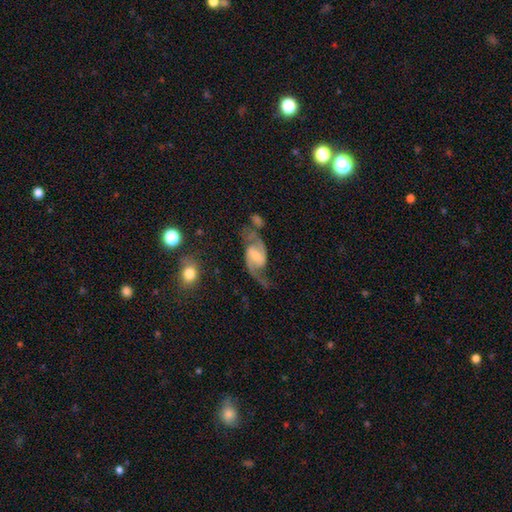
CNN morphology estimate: Overall: featured or disk (86%). Edge-on disk: no (97%). Bar: weak (48%; no 31%). Spiral arms: yes (96%). Spiral arm count: 2 (93%). Spiral winding: loose (51%; medium 39%). Bulge size: small (39%, tied with moderate). Merging: none (58%; minor disturbance 19%).